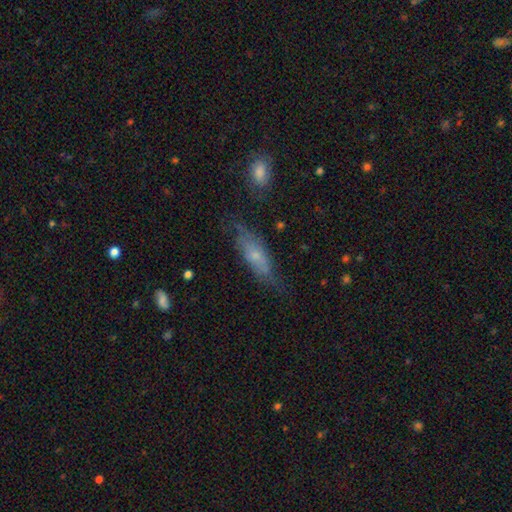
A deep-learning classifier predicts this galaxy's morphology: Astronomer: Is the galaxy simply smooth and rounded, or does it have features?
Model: smooth — 50% (runner-up: featured or disk, 42%).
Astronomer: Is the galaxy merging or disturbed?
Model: none — 57%.